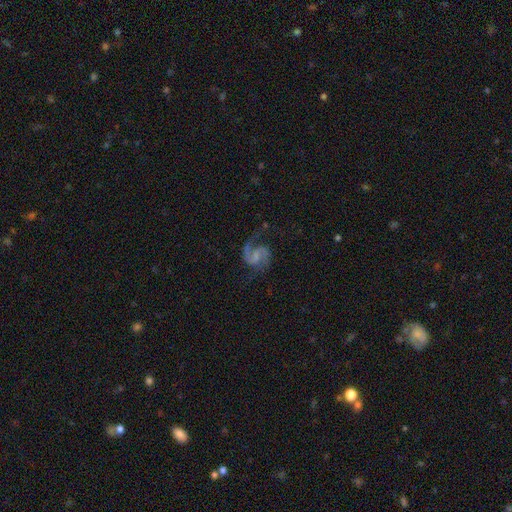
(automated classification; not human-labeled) A featured or disk galaxy (88%) with a weak bar (47%), 2 (87%) medium (53%) spiral arms (97%) and no central bulge (54%).

Vote fractions:
- Smooth or featured? featured or disk: 88% / smooth: 7% / star or artifact: 6%
- Edge-on disk? no: 98% / yes: 2%
- Bar? weak: 47% / no: 38% / strong: 15%
- Spiral arms? yes: 97% / no: 3%
- Spiral winding? medium: 53% / loose: 35% / tight: 12%
- Spiral arm count? 2: 87% / 1: 8% / can't tell: 2% / 3: 1% / 4: 1% / more than 4: 1%
- Bulge size? none: 54% / small: 27% / moderate: 14% / large: 4% / dominant: 1%
- Merging? none: 68% / minor disturbance: 16% / major disturbance: 15% / merger: 2%